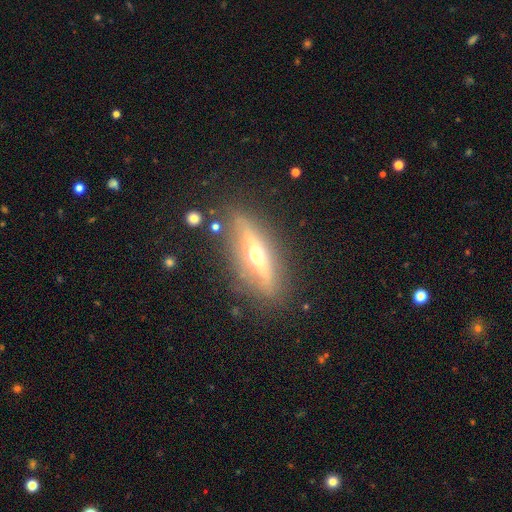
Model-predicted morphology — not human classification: smooth-or-featured: featured or disk: 65% | smooth: 28% | star or artifact: 7%
  disk-edge-on: yes: 84% | no: 16%
    edge-on-bulge: rounded: 92% | none: 5% | boxy: 3%
  merging: none: 80% | minor disturbance: 13% | major disturbance: 5% | merger: 2%